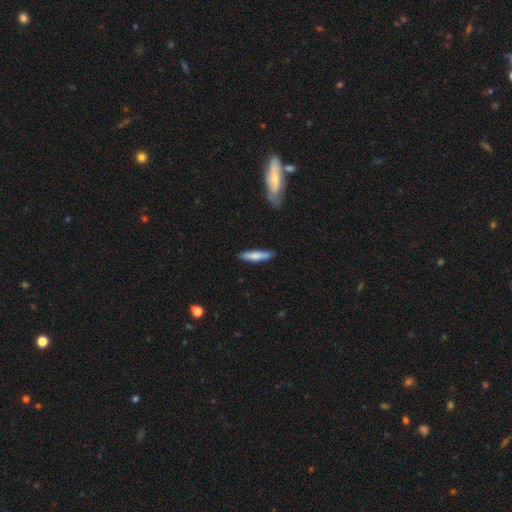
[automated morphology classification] type=smooth (73%); roundness=cigar-shaped (81%); merging=none (86%).